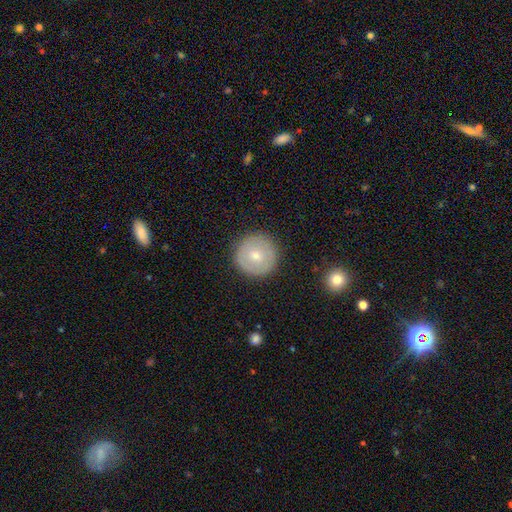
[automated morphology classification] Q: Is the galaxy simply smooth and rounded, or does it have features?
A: smooth — 60%.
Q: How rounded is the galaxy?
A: round — 96%.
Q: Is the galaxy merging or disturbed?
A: none — 90%.